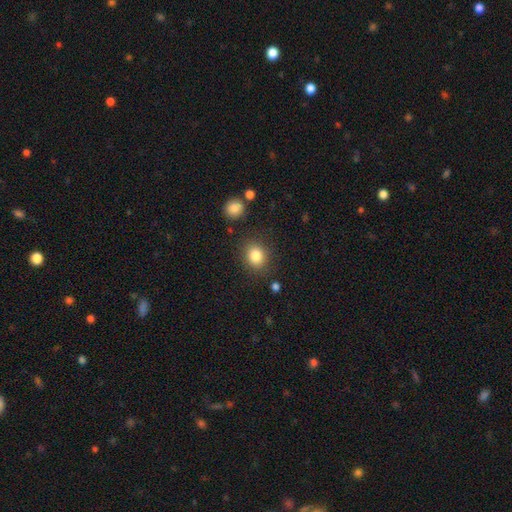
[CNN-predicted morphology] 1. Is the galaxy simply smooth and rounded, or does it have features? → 84% smooth, 10% star or artifact, 6% featured or disk.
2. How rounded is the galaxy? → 74% round, 26% in between, 1% cigar-shaped.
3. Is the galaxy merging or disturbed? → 83% none, 10% minor disturbance, 4% major disturbance, 3% merger.